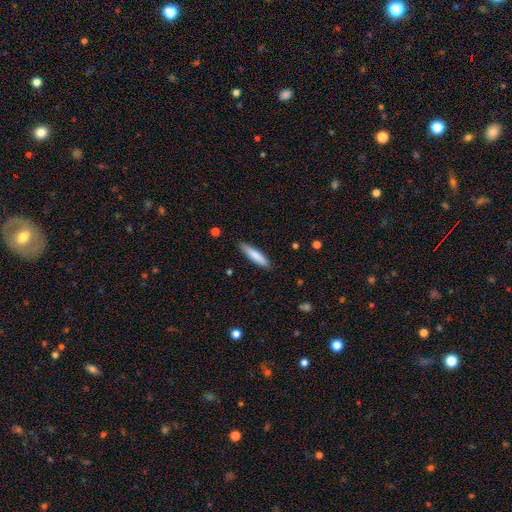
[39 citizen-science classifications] smooth_or_featured: smooth (p=0.79) [alt: featured or disk p=0.15]
how_rounded: cigar-shaped (p=0.68) [alt: in between p=0.29]
merging: none (p=0.95) [alt: minor disturbance p=0.05]